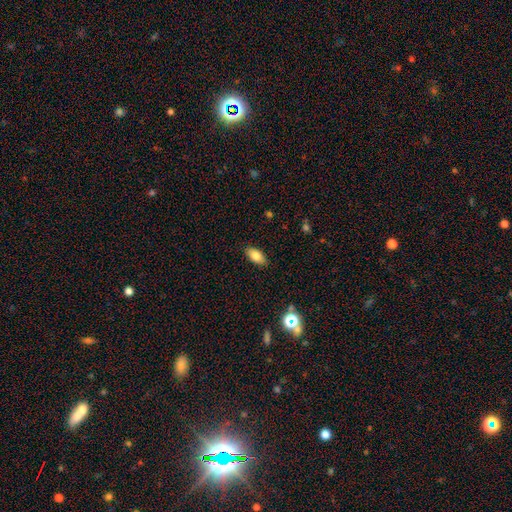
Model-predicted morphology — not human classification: This appears to be a smooth galaxy with no disk features (81%) that is in between round and cigar-shaped (90%). Merging: none (86%).